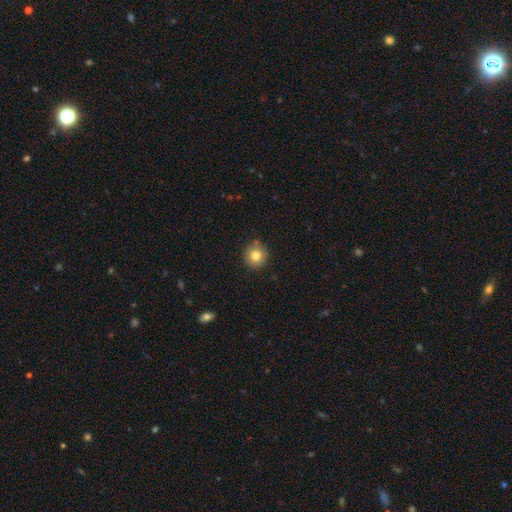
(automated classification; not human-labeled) Morphology: type=smooth (80%); roundness=round (94%); merging=none (88%).